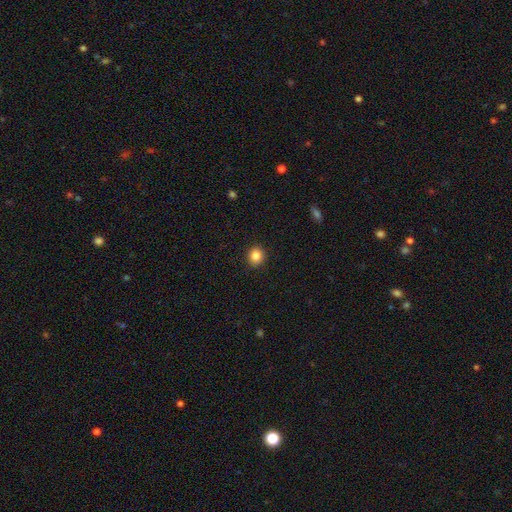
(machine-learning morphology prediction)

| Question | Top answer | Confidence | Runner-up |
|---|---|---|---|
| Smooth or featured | smooth | 85% | star or artifact (11%) |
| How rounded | round | 88% | in between (11%) |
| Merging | none | 92% | minor disturbance (6%) |